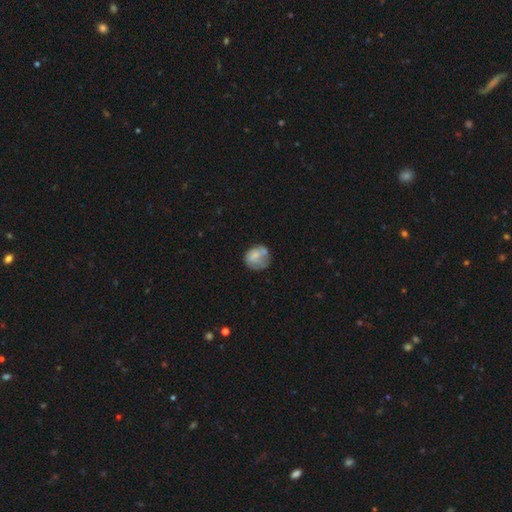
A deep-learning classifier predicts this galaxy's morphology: A smooth galaxy with no disk features (56%) that is round (70%).

Vote fractions:
- Smooth or featured? smooth: 56% / featured or disk: 35% / star or artifact: 9%
- How rounded? round: 70% / in between: 29% / cigar-shaped: 1%
- Merging? none: 46% / minor disturbance: 28% / major disturbance: 18% / merger: 8%